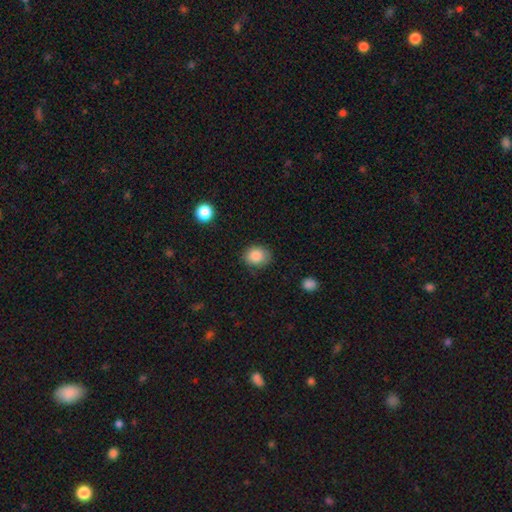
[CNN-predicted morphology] This appears to be a smooth galaxy with no disk features (87%) that is round (55%). Merging: none (83%).